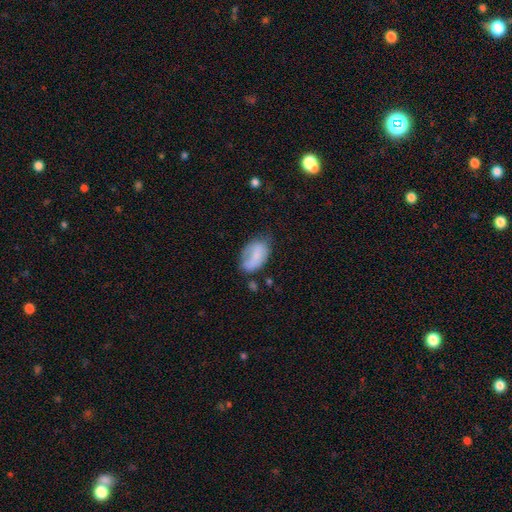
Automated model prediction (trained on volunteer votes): A smooth galaxy with no disk features (71%) that is in between round and cigar-shaped (91%). Merging: none (47%).